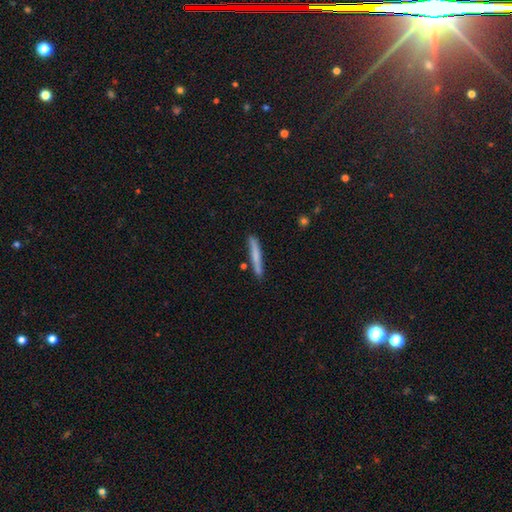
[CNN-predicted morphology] smooth_or_featured: smooth (p=0.69) [alt: featured or disk p=0.25]
how_rounded: cigar-shaped (p=0.96) [alt: in between p=0.03]
merging: none (p=0.83) [alt: minor disturbance p=0.12]